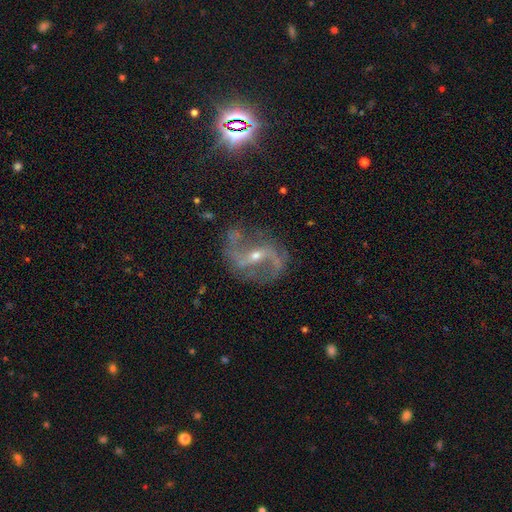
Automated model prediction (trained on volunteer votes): featured or disk 89%, star or artifact 7%, smooth 4%. Down the decision tree: edge-on disk — no (97%); bar — strong (44%); spiral arms — yes (96%); spiral arm count — 2 (93%); spiral winding — loose (59%); bulge size — small (59%); merging — none (75%).